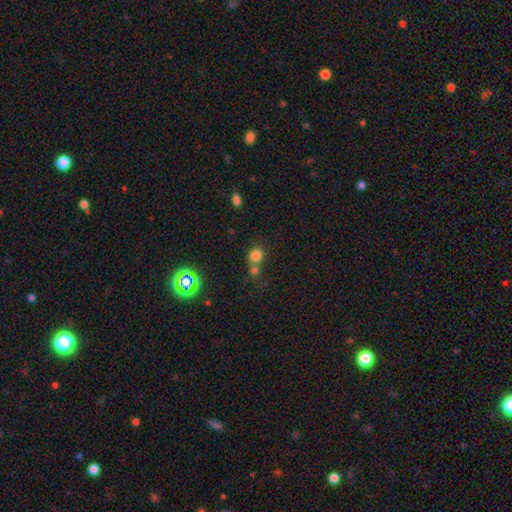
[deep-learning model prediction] smooth 77%, star or artifact 16%, featured or disk 7%. Down the decision tree: how rounded — round (79%); merging — none (51%).